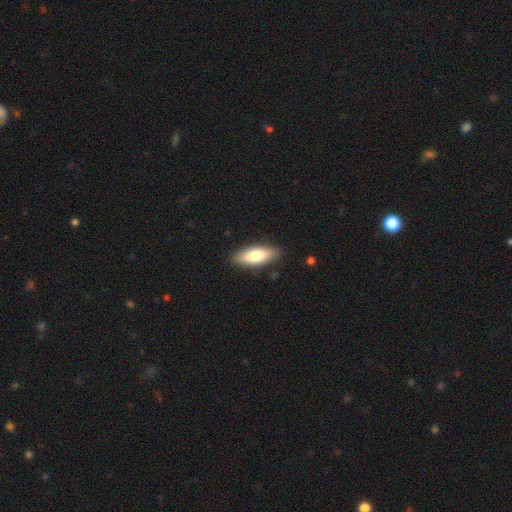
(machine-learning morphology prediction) Q: Smooth or featured?
A: smooth (78%); runner-up: featured or disk (16%)
Q: How rounded?
A: in between (71%); runner-up: cigar-shaped (27%)
Q: Merging?
A: none (87%); runner-up: minor disturbance (9%)